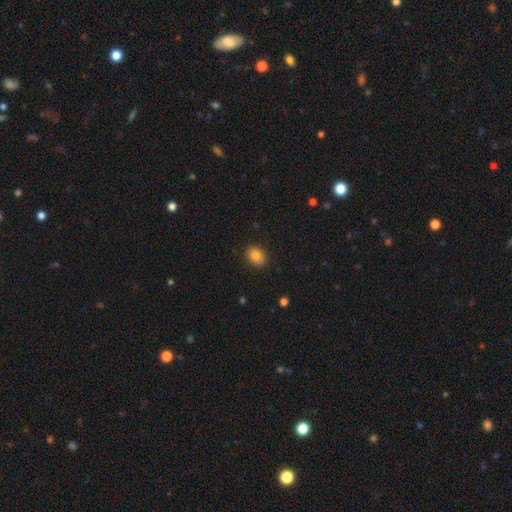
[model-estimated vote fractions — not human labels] smooth_or_featured: smooth (p=0.84) [alt: star or artifact p=0.09]
how_rounded: in between (p=0.61) [alt: round p=0.38]
merging: none (p=0.88) [alt: minor disturbance p=0.09]